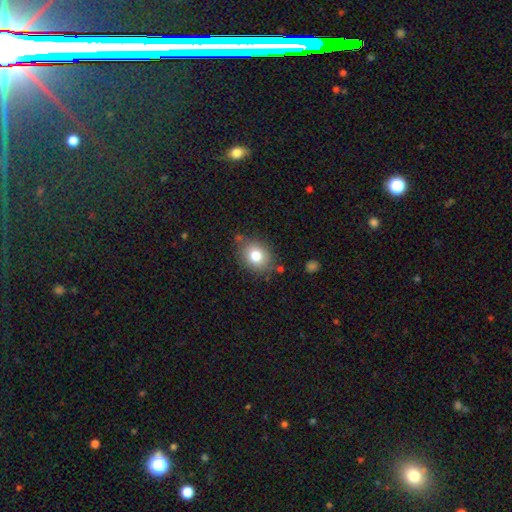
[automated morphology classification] A smooth galaxy with no disk features (80%) that is round (54%). Merging: none (77%).